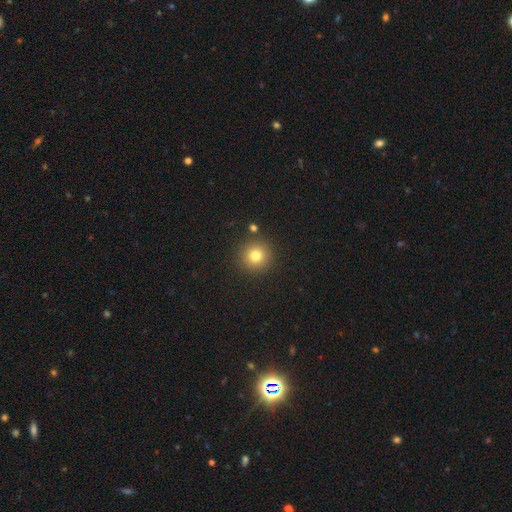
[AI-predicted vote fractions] Morphology: type=smooth (79%); roundness=round (94%); merging=none (88%).